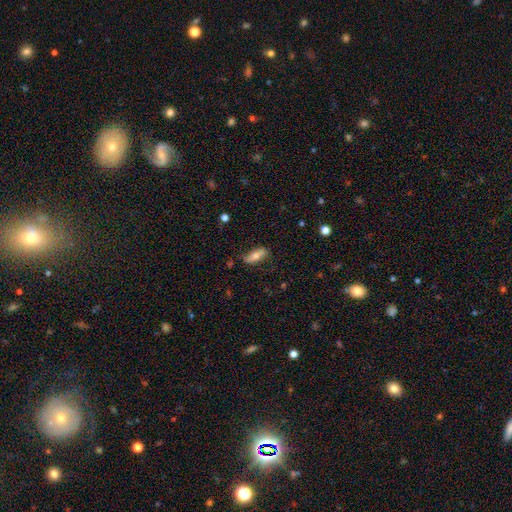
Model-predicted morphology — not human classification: A smooth galaxy with no disk features (59%) that is in between round and cigar-shaped (63%). Merging: none (75%).